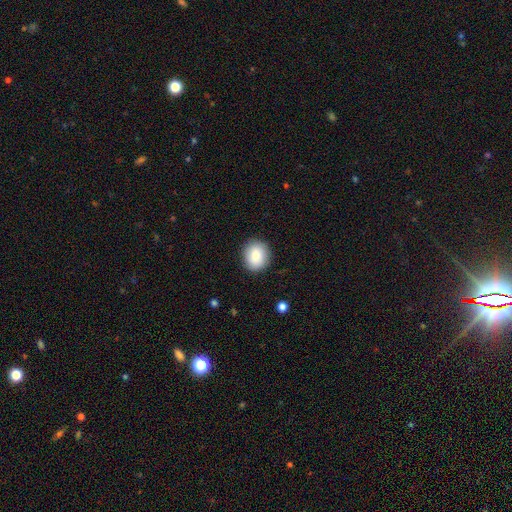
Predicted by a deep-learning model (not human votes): smooth 84%, featured or disk 8%, star or artifact 8%. Down the decision tree: how rounded — round (75%); merging — none (89%).